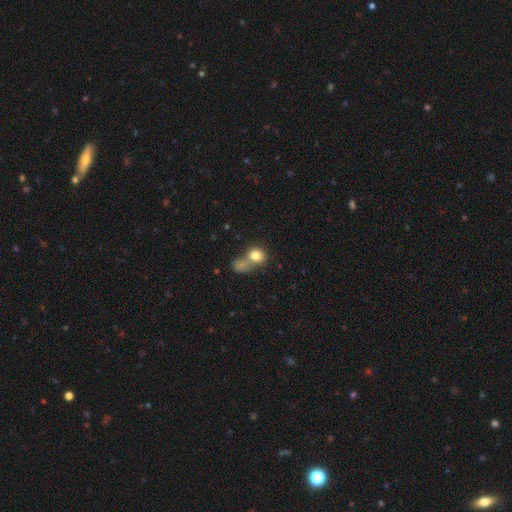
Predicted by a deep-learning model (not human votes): Overall: smooth (79%). How rounded: round (64%; in between 34%). Merging: merger (46%; none 32%).